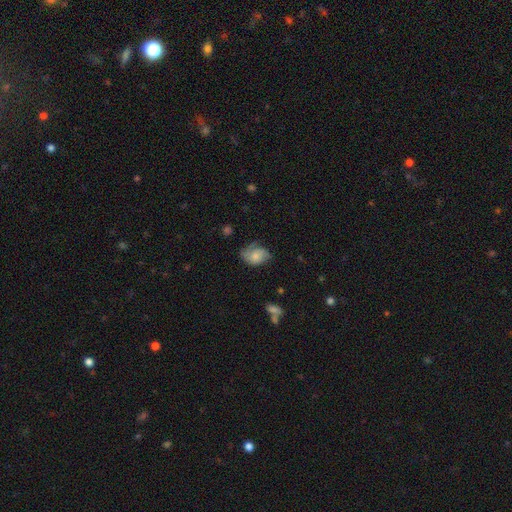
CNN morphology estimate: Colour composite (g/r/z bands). It shows a smooth galaxy with no disk features (52%) that is in between round and cigar-shaped (73%). Merging: none (48%).